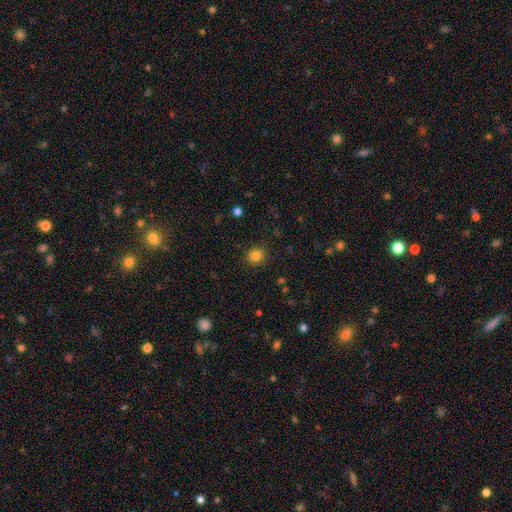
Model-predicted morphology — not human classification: Smooth or featured? smooth (82%)
How rounded? round (89%)
Merging? none (88%)